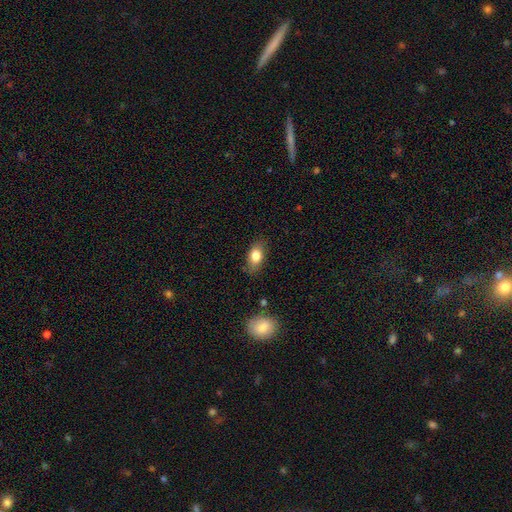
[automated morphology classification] smooth 80%, featured or disk 12%, star or artifact 8%. Down the decision tree: how rounded — in between (86%); merging — none (80%).